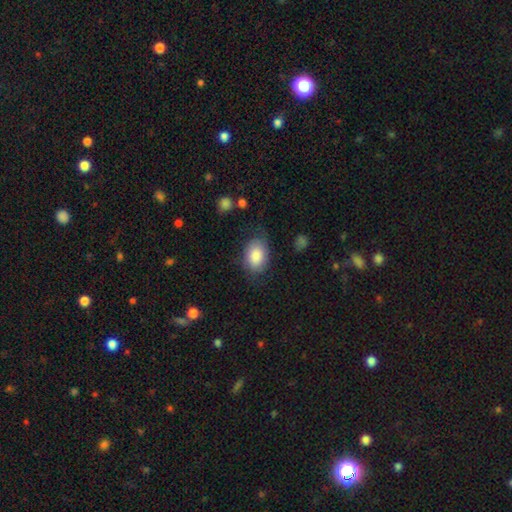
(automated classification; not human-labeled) Smooth or featured?
  - smooth: 83% *
  - featured or disk: 11%
  - star or artifact: 6%
How rounded?
  - in between: 85% *
  - round: 14%
  - cigar-shaped: 1%
Merging?
  - none: 65% *
  - minor disturbance: 23%
  - major disturbance: 9%
  - merger: 2%